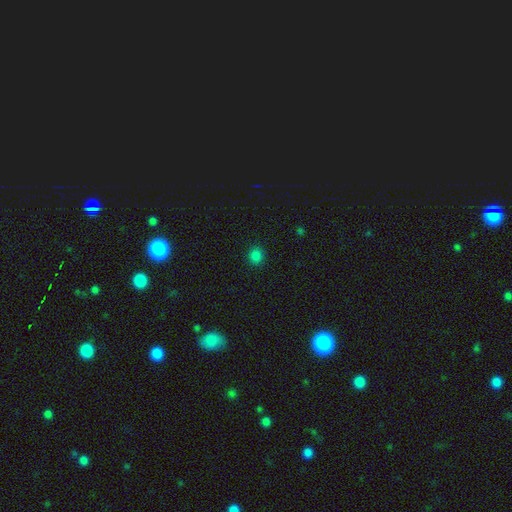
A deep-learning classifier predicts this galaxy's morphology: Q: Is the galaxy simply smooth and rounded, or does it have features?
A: smooth — 82%.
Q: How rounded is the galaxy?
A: round — 79%.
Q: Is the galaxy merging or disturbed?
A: none — 91%.